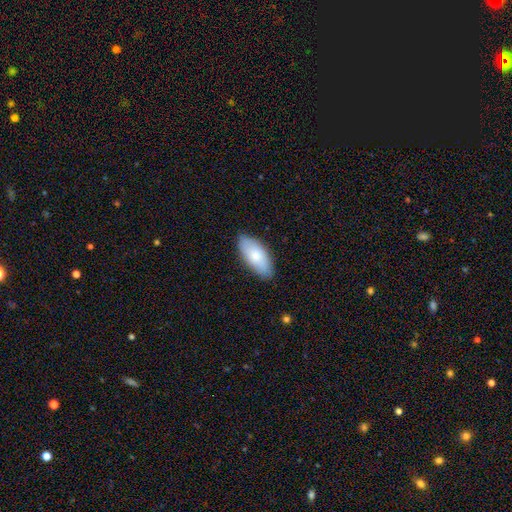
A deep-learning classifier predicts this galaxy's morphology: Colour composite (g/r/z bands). It shows a smooth galaxy with no disk features (77%) that is in between round and cigar-shaped (89%). Merging: none (82%).